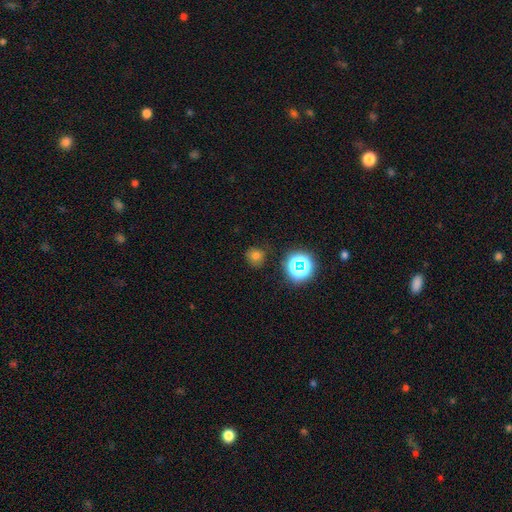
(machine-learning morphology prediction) A smooth galaxy with no disk features (69%) that is round (87%). Merging: none (80%).